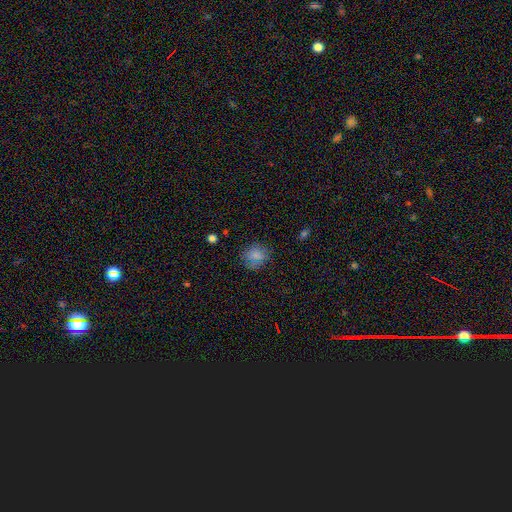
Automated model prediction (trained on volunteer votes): Smooth or featured? smooth (77%)
How rounded? round (79%)
Merging? none (80%)